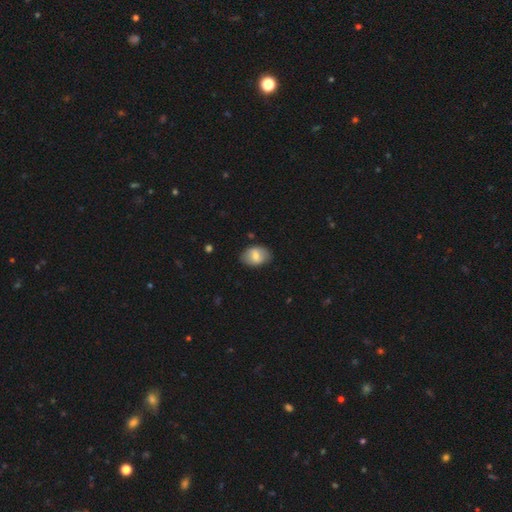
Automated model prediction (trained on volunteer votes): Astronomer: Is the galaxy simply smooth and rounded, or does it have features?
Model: smooth — 66%.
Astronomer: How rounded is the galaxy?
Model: in between — 80%.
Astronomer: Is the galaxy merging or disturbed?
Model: none — 81%.